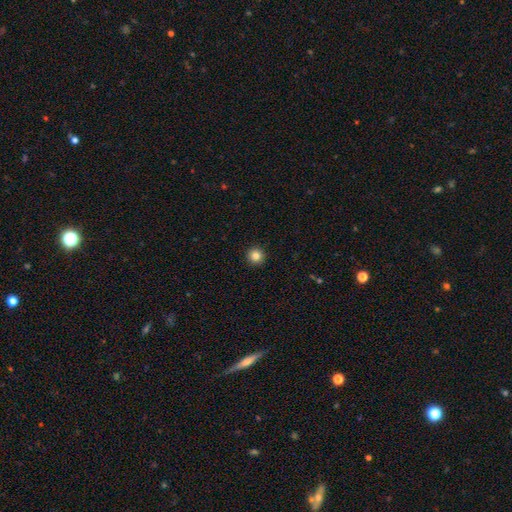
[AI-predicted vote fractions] Q: Smooth or featured?
A: smooth (84%); runner-up: star or artifact (11%)
Q: How rounded?
A: round (96%); runner-up: in between (3%)
Q: Merging?
A: none (93%); runner-up: minor disturbance (4%)